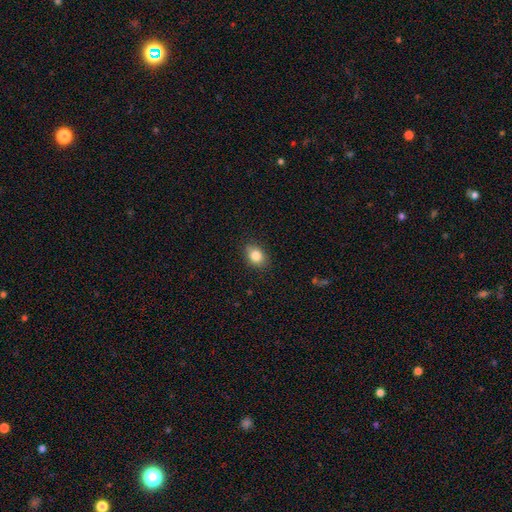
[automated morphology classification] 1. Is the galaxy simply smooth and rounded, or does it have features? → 84% smooth, 9% star or artifact, 7% featured or disk.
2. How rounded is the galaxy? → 62% in between, 36% round, 1% cigar-shaped.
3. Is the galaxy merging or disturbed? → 84% none, 12% minor disturbance, 3% major disturbance, 1% merger.